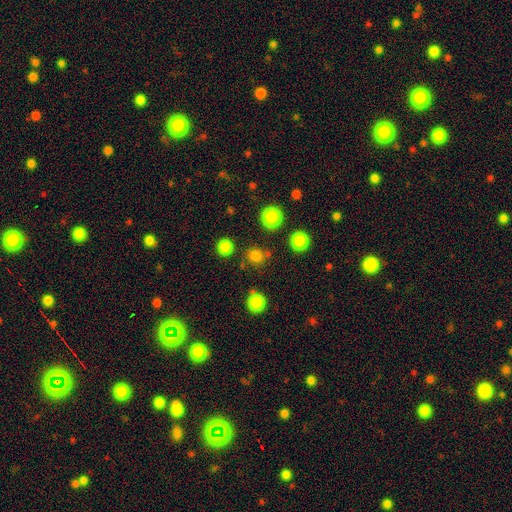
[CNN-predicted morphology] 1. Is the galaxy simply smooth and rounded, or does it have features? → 79% smooth, 16% star or artifact, 5% featured or disk.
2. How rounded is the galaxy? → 89% round, 10% in between, 1% cigar-shaped.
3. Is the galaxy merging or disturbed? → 83% none, 8% minor disturbance, 6% merger, 4% major disturbance.